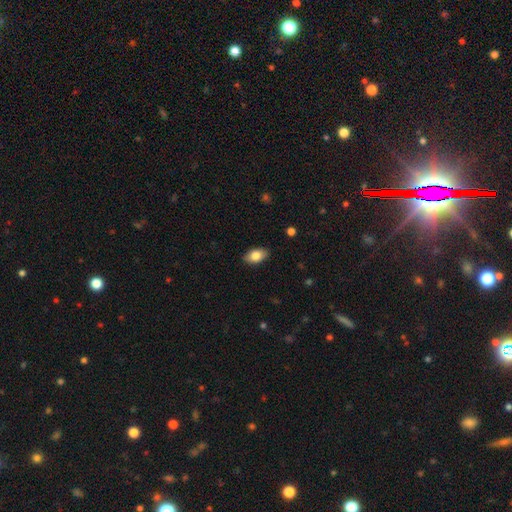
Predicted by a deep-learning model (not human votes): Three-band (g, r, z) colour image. It shows a smooth galaxy with no disk features (83%) that is in between round and cigar-shaped (92%). Merging: none (87%).